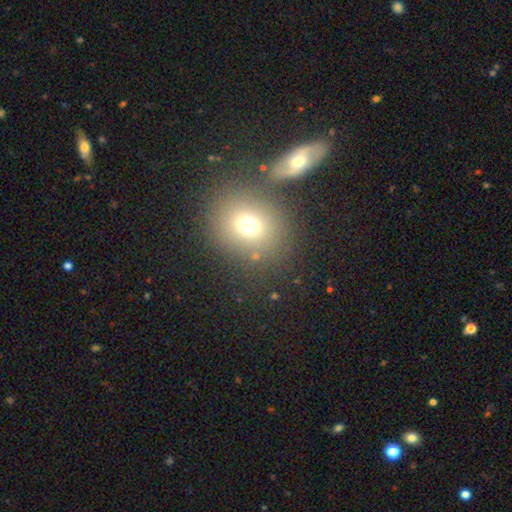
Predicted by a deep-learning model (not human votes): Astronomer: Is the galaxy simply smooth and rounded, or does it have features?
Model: smooth — 67%.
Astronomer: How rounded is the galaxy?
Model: round — 63%.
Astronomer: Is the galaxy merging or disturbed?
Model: none — 68%.